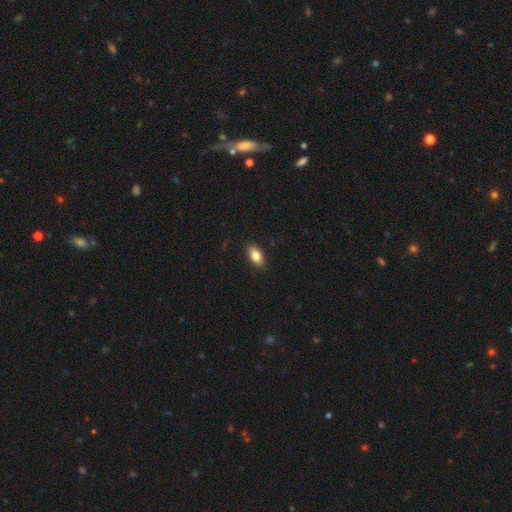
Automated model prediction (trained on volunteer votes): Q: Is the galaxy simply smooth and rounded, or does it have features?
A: smooth — 82%.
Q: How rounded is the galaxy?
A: in between — 90%.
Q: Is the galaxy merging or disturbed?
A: none — 89%.